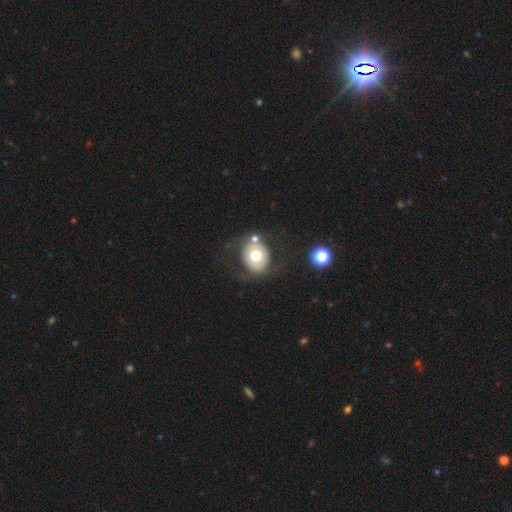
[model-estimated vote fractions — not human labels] Q: Smooth or featured?
A: smooth (61%); runner-up: featured or disk (30%)
Q: How rounded?
A: round (68%); runner-up: in between (31%)
Q: Merging?
A: none (62%); runner-up: minor disturbance (16%)